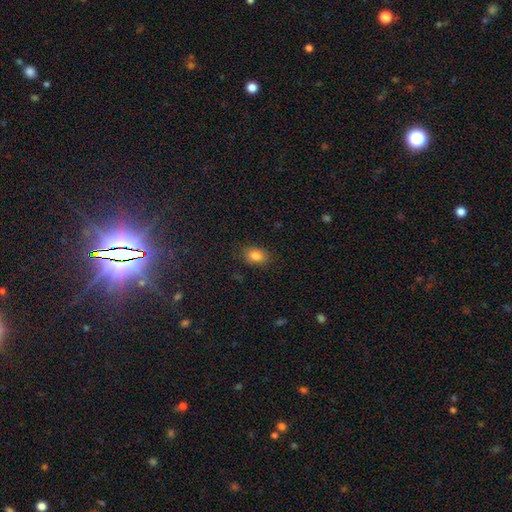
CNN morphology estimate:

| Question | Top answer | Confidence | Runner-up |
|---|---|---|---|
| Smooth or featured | smooth | 84% | star or artifact (10%) |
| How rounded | in between | 81% | round (18%) |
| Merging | none | 82% | minor disturbance (14%) |